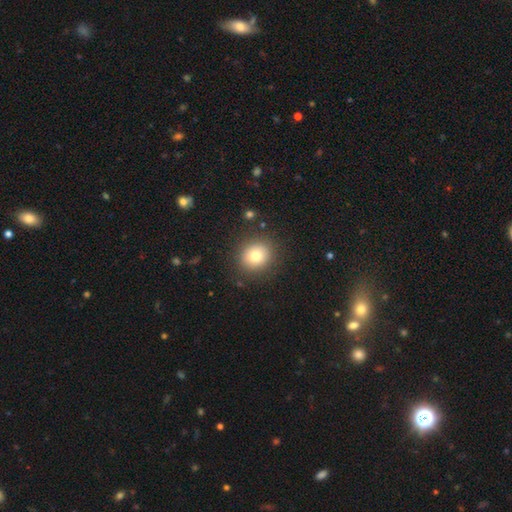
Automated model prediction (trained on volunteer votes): Smooth or featured: smooth — 77% (featured or disk — 12%)
How rounded: round — 81% (in between — 18%)
Merging: none — 87% (minor disturbance — 8%)